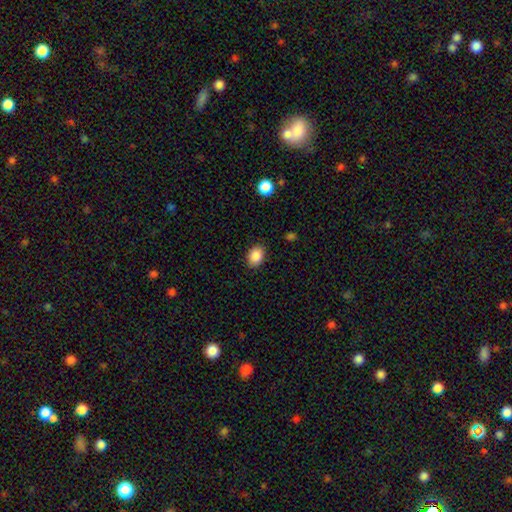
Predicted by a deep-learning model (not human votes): smooth_or_featured: smooth (p=0.88) [alt: star or artifact p=0.09]
how_rounded: in between (p=0.63) [alt: round p=0.36]
merging: none (p=0.87) [alt: minor disturbance p=0.09]